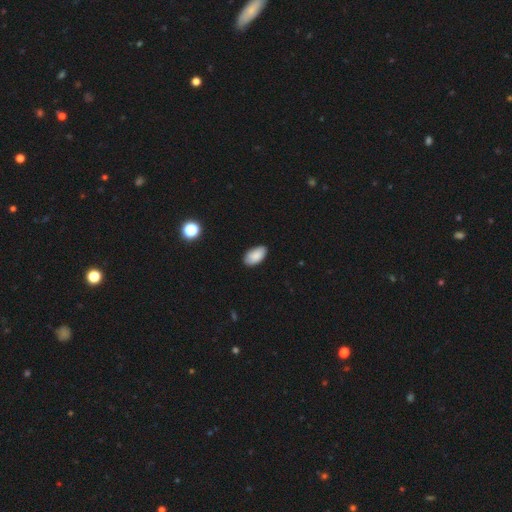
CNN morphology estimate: Q: Smooth or featured?
A: smooth (87%); runner-up: star or artifact (7%)
Q: How rounded?
A: in between (95%); runner-up: round (3%)
Q: Merging?
A: none (83%); runner-up: minor disturbance (14%)